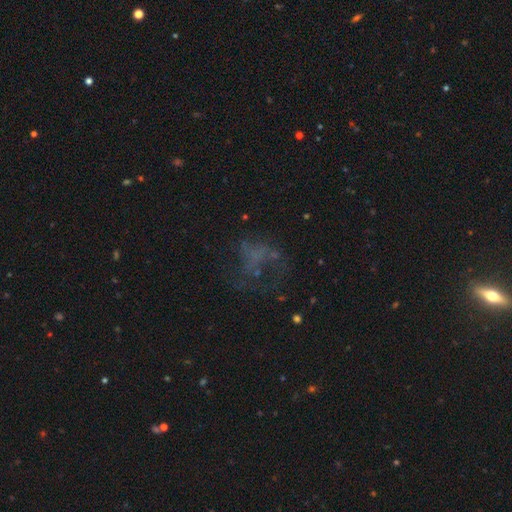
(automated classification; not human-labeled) This is marginally a featured or disk galaxy (43%). Merging: marginally none (44%).